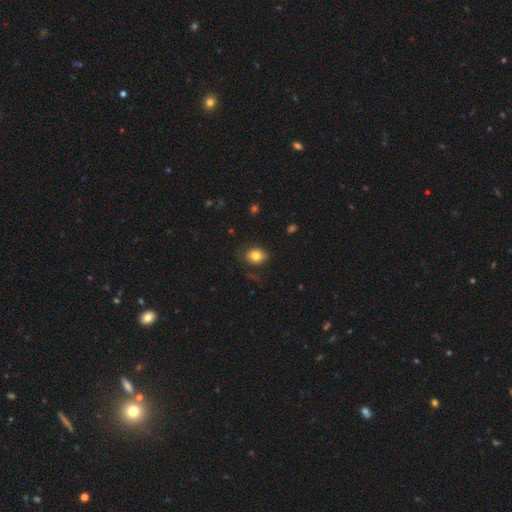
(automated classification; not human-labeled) This appears to be a smooth galaxy with no disk features (81%) that is in between round and cigar-shaped (62%). Merging: none (80%).